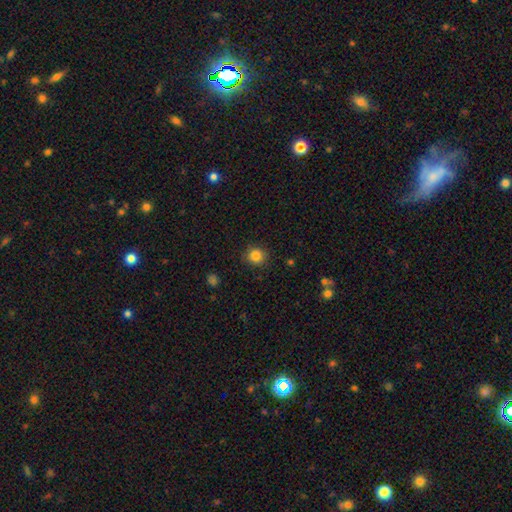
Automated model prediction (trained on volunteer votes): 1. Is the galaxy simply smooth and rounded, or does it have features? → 84% smooth, 11% star or artifact, 5% featured or disk.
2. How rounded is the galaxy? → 88% round, 11% in between, 1% cigar-shaped.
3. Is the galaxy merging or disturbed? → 89% none, 8% minor disturbance, 2% major disturbance, 1% merger.